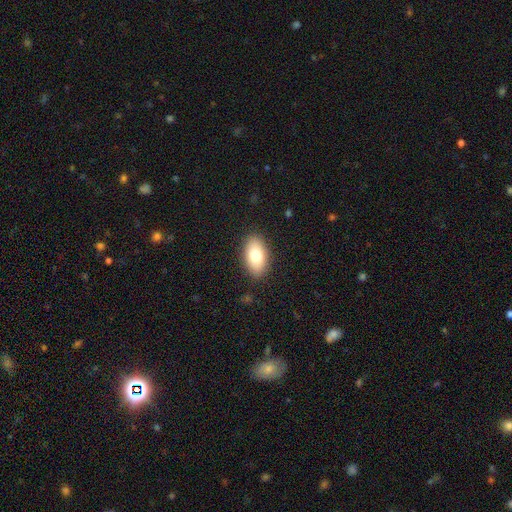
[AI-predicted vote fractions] smooth-or-featured: smooth: 78% | featured or disk: 15% | star or artifact: 7%
  how-rounded: in between: 93% | round: 5% | cigar-shaped: 3%
  merging: none: 88% | minor disturbance: 9% | major disturbance: 2% | merger: 1%